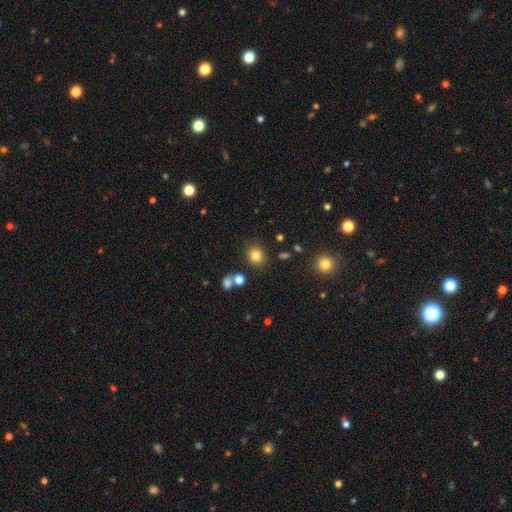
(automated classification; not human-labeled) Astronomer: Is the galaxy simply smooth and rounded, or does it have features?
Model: smooth — 81%.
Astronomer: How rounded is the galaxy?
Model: round — 77%.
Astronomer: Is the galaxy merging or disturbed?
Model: none — 83%.